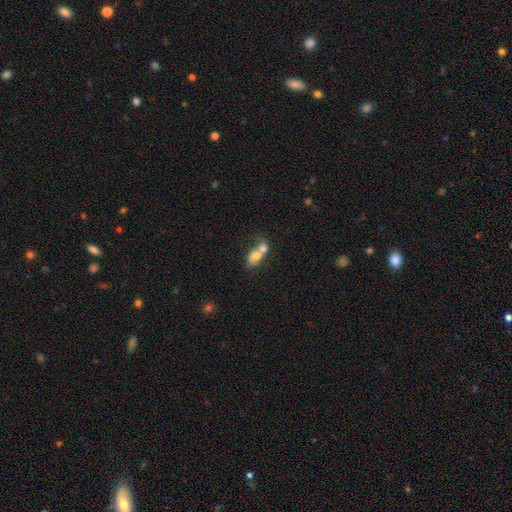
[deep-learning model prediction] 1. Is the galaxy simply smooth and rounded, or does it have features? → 66% smooth, 25% featured or disk, 9% star or artifact.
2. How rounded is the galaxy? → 68% in between, 29% round, 4% cigar-shaped.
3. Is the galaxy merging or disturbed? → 71% merger, 16% none, 7% minor disturbance, 6% major disturbance.